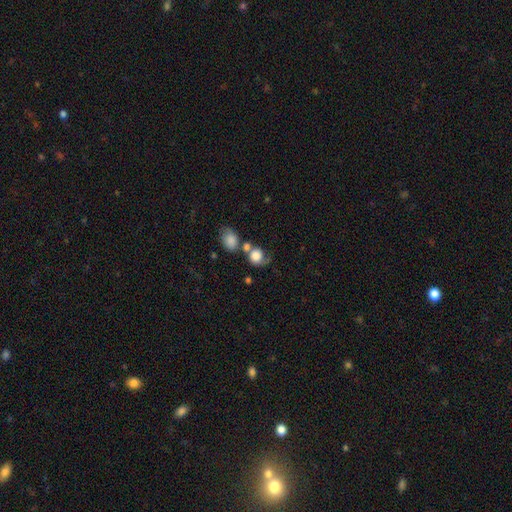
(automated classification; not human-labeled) This appears to be a smooth galaxy with no disk features (76%) that is round (74%). Merging: merger (33%, tied with none).